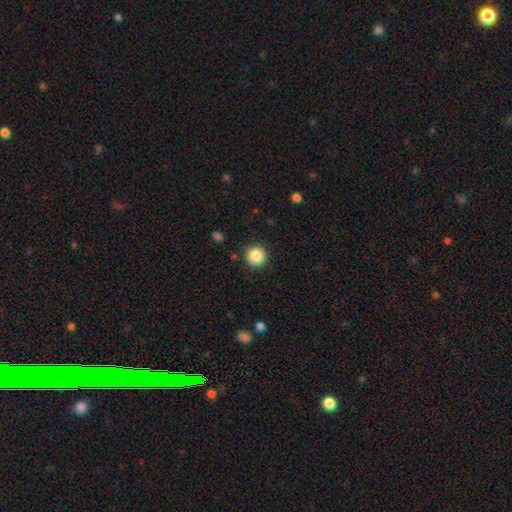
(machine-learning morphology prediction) Smooth or featured: smooth — 87% (star or artifact — 9%)
How rounded: round — 94% (in between — 5%)
Merging: none — 90% (minor disturbance — 7%)